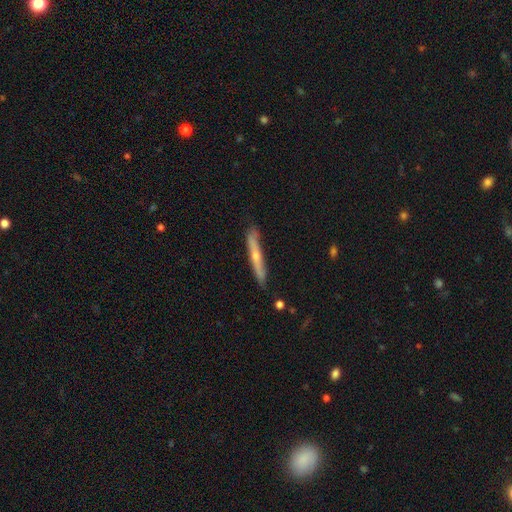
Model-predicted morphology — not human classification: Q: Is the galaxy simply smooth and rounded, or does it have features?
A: featured or disk — 58%.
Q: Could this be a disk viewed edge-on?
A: yes — 91%.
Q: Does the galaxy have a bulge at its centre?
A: rounded — 72%.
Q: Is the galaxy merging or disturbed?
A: none — 83%.